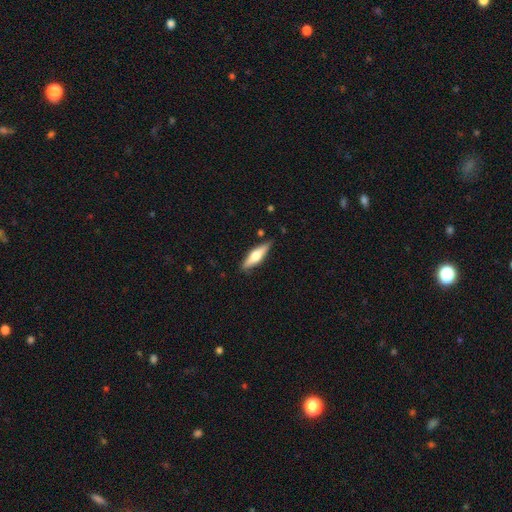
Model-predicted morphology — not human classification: The model was most divided on "smooth or featured": featured or disk: 49%, smooth: 45%, star or artifact: 6%. More confident: merging — none (85%).